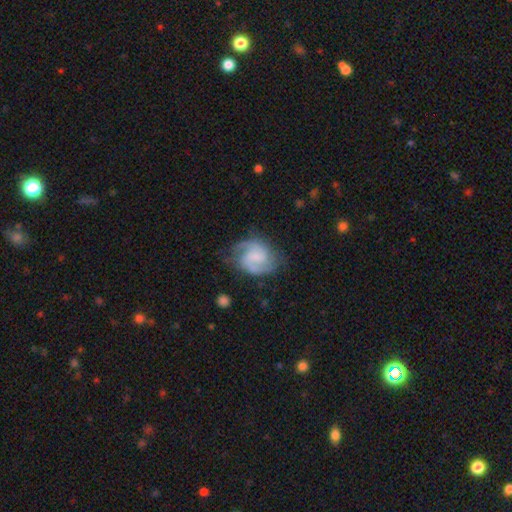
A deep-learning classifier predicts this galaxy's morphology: type=featured or disk (77%); edge-on=no (98%); bar=weak (51%); spiral arms=yes (95%); winding=medium (52%); arm count=2 (80%); bulge=small (37%, tied with none); merging=none (67%).